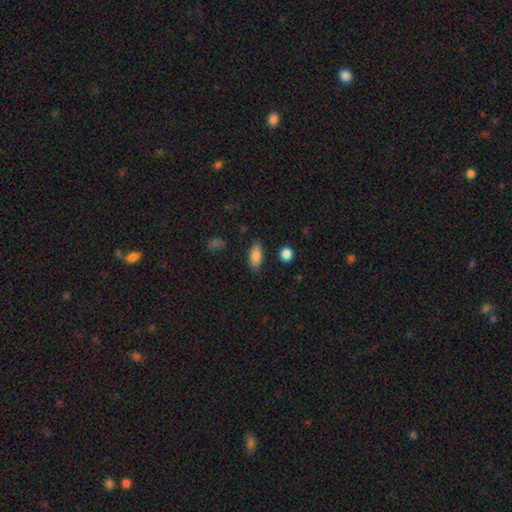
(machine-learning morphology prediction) This is clearly a smooth galaxy (85%). How rounded: clearly in between (84%). Merging: clearly none (83%).